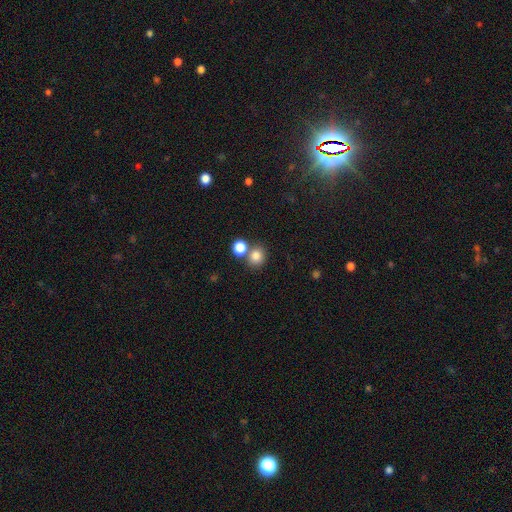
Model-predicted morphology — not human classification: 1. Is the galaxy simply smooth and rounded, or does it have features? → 81% smooth, 12% star or artifact, 6% featured or disk.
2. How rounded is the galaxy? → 76% round, 23% in between, 1% cigar-shaped.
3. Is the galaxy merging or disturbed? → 61% none, 27% merger, 8% minor disturbance, 3% major disturbance.